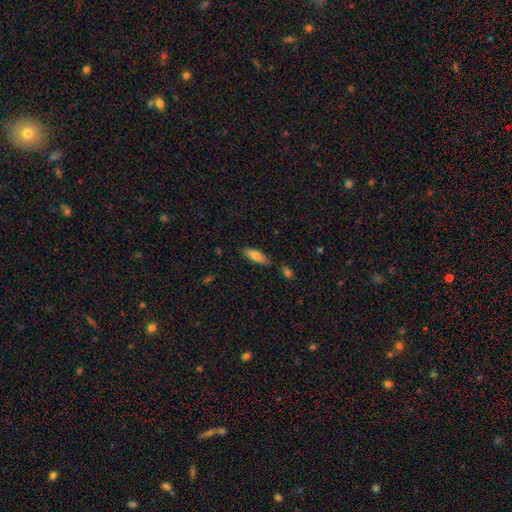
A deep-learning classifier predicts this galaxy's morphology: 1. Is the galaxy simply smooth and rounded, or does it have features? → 73% smooth, 20% featured or disk, 7% star or artifact.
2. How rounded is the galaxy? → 63% in between, 35% cigar-shaped, 2% round.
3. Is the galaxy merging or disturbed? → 77% none, 16% minor disturbance, 5% merger, 3% major disturbance.